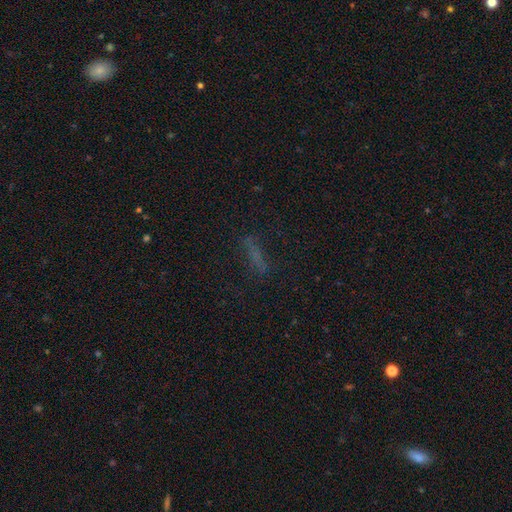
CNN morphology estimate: The model was most divided on "smooth or featured": smooth: 48%, star or artifact: 27%, featured or disk: 25%. More confident: merging — none (72%).